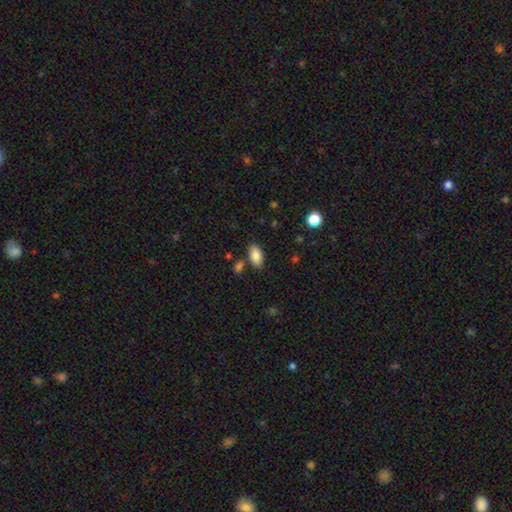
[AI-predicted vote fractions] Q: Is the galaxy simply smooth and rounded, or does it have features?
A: smooth — 85%.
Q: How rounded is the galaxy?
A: in between — 92%.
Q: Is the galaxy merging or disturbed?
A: none — 77%.